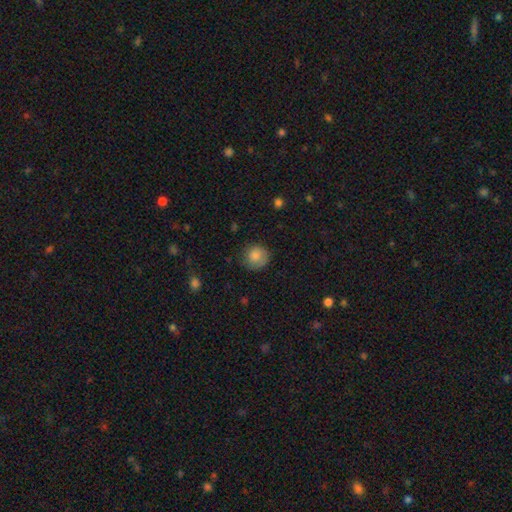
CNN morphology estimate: Overall: smooth (83%). How rounded: round (89%). Merging: none (76%).